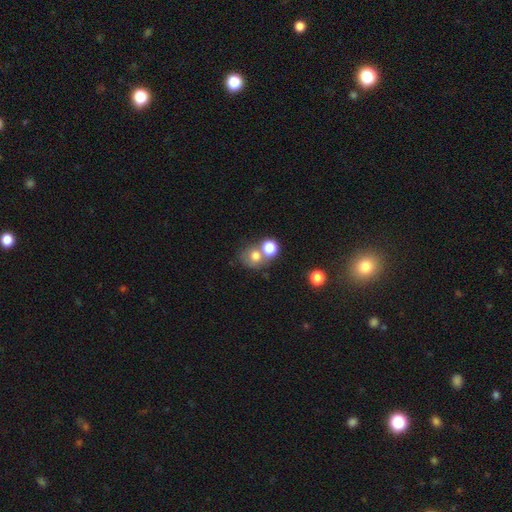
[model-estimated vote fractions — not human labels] Smooth or featured? smooth (73%)
How rounded? round (74%)
Merging? merger (46%)